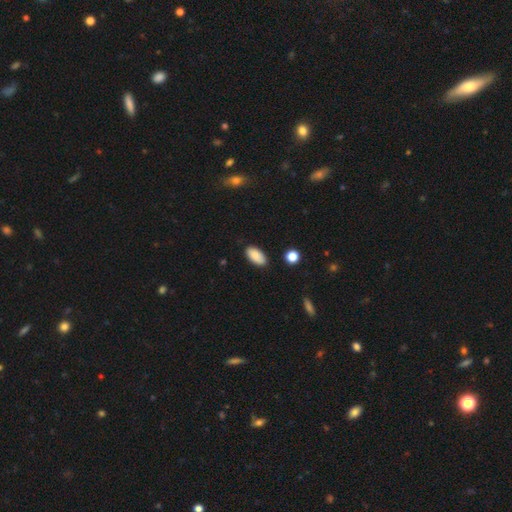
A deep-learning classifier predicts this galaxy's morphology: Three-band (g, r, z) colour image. It shows a smooth galaxy with no disk features (88%) that is in between round and cigar-shaped (93%). Merging: none (85%).